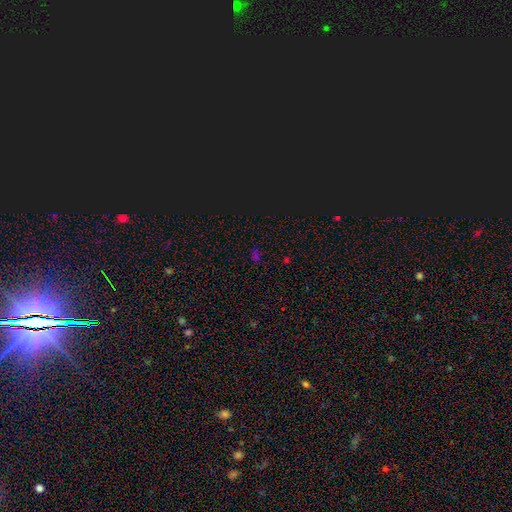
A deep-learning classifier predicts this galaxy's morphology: Smooth or featured? star or artifact (52%)